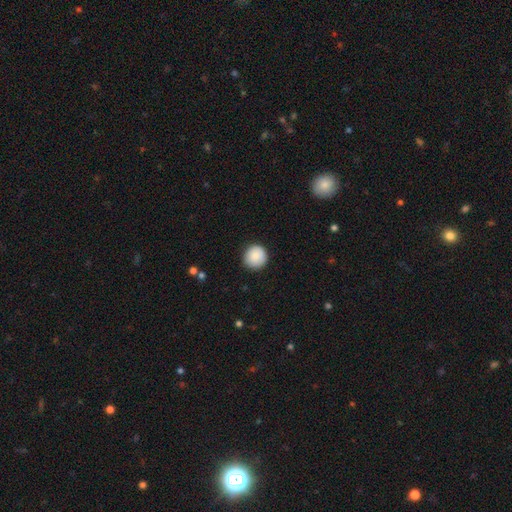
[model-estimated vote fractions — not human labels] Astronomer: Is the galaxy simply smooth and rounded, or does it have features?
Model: smooth — 87%.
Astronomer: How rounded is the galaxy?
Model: round — 94%.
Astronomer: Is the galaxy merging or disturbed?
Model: none — 88%.